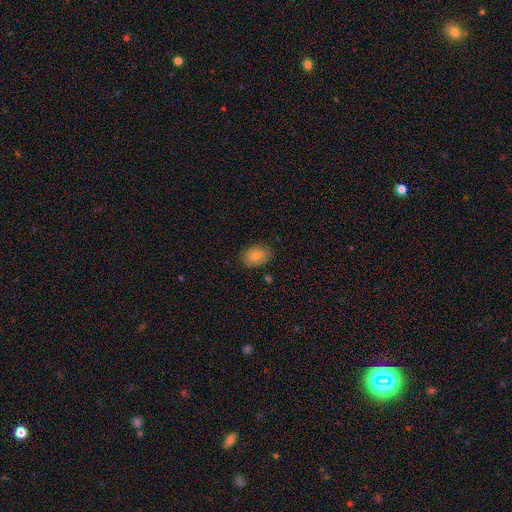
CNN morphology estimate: This appears to be a smooth galaxy with no disk features (84%) that is in between round and cigar-shaped (80%). Merging: none (83%).